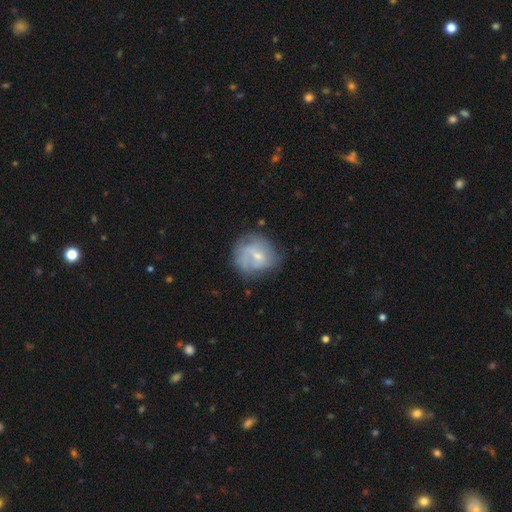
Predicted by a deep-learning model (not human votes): A featured or disk galaxy (52%) with no bar (49%), spiral arms (56%) and a small central bulge (60%).

Vote fractions:
- Smooth or featured? featured or disk: 52% / smooth: 40% / star or artifact: 8%
- Edge-on disk? no: 97% / yes: 3%
- Bar? no: 49% / weak: 42% / strong: 9%
- Spiral arms? yes: 56% / no: 44%
- Bulge size? small: 60% / moderate: 32% / none: 6% / large: 2% / dominant: 1%
- Merging? none: 57% / minor disturbance: 25% / major disturbance: 14% / merger: 4%